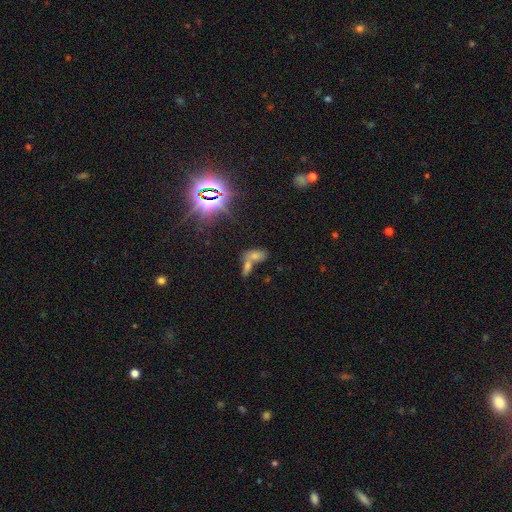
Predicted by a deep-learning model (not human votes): Morphology: type=star or artifact (48%).